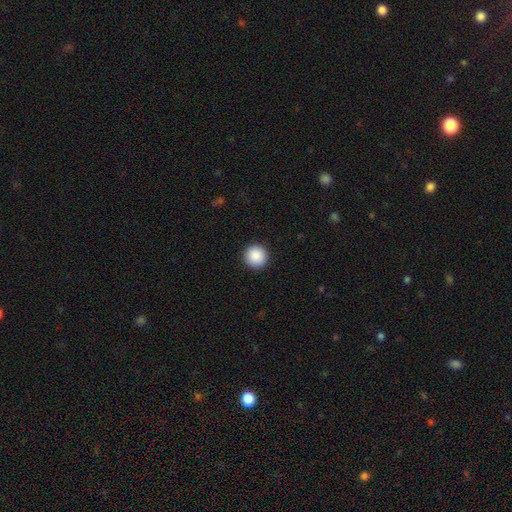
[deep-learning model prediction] Morphology: type=smooth (90%); roundness=round (96%); merging=none (93%).